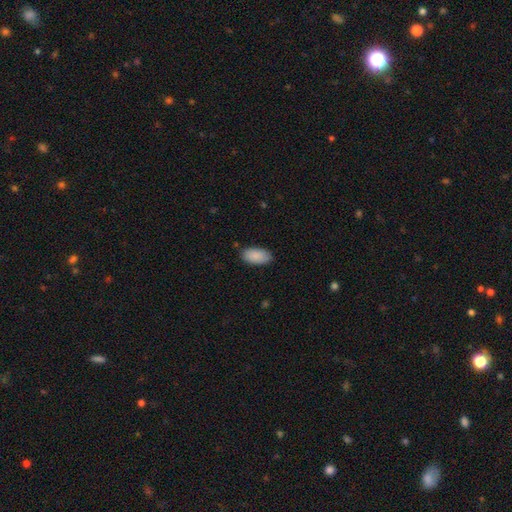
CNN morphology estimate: Smooth or featured?
  - smooth: 90% *
  - star or artifact: 6%
  - featured or disk: 4%
How rounded?
  - in between: 94% *
  - cigar-shaped: 4%
  - round: 2%
Merging?
  - none: 84% *
  - minor disturbance: 13%
  - major disturbance: 2%
  - merger: 1%